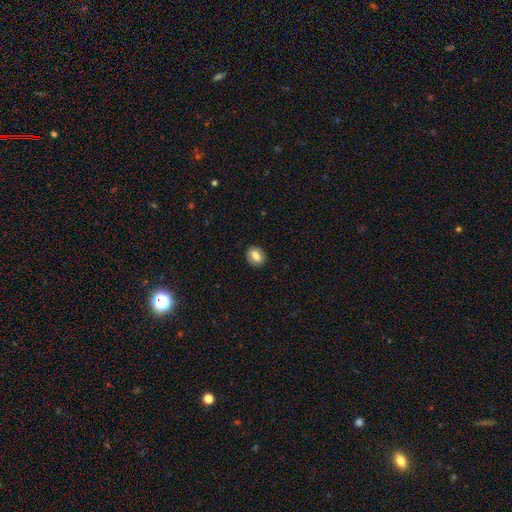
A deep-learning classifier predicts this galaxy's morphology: Smooth or featured: smooth — 76% (featured or disk — 16%)
How rounded: in between — 49% (tied with round — 49%)
Merging: none — 86% (minor disturbance — 10%)